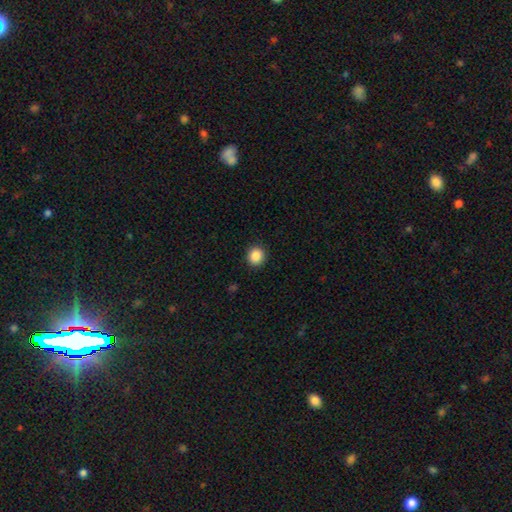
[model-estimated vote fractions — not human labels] smooth 87%, star or artifact 9%, featured or disk 3%. Down the decision tree: how rounded — round (87%); merging — none (91%).